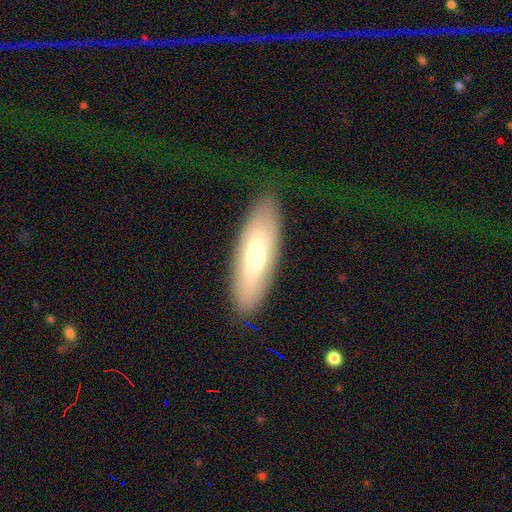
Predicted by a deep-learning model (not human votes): Q: Smooth or featured?
A: smooth (58%); runner-up: featured or disk (35%)
Q: How rounded?
A: in between (56%); runner-up: cigar-shaped (42%)
Q: Merging?
A: none (87%); runner-up: minor disturbance (9%)